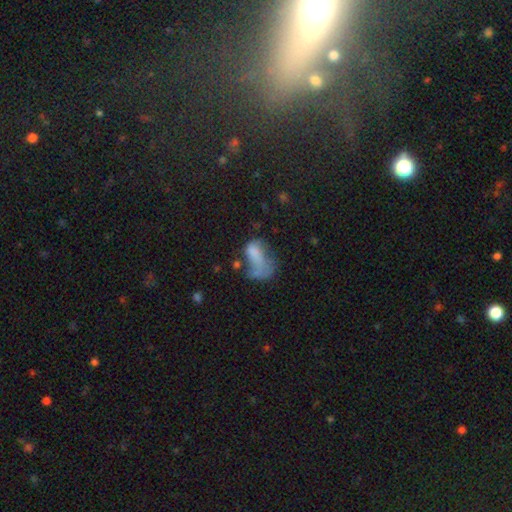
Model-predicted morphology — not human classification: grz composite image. It shows a smooth galaxy with no disk features (58%) that is in between round and cigar-shaped (87%). Merging: major disturbance (51%).